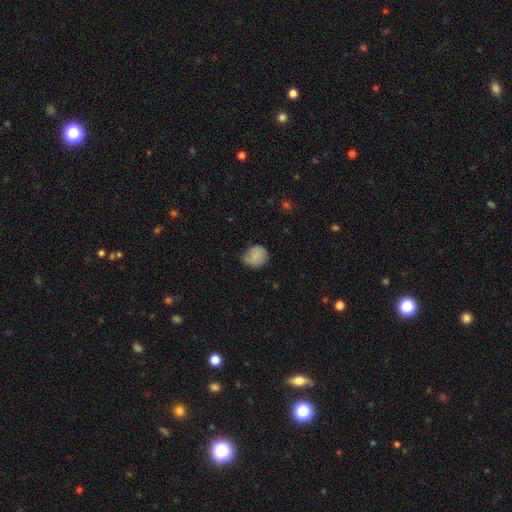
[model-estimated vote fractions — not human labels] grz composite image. It shows a smooth galaxy with no disk features (79%) that is round (73%). Merging: none (57%).